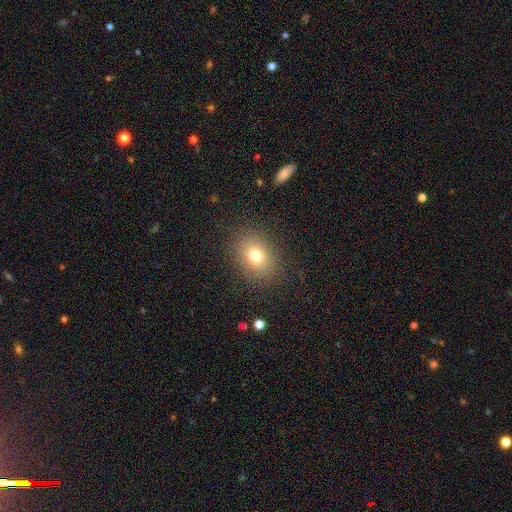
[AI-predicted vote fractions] A smooth galaxy with no disk features (75%) that is in between round and cigar-shaped (50%).

Vote fractions:
- Smooth or featured? smooth: 75% / star or artifact: 14% / featured or disk: 11%
- How rounded? in between: 50% / round: 49% / cigar-shaped: 1%
- Merging? none: 86% / minor disturbance: 9% / major disturbance: 4% / merger: 1%